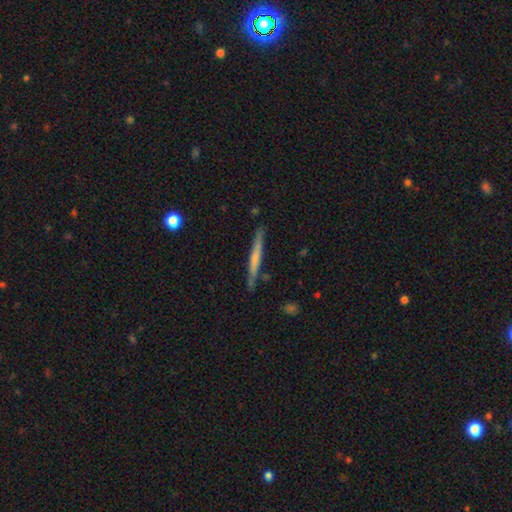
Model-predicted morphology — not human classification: This appears to be a featured or disk galaxy (48%). Merging: none (87%).